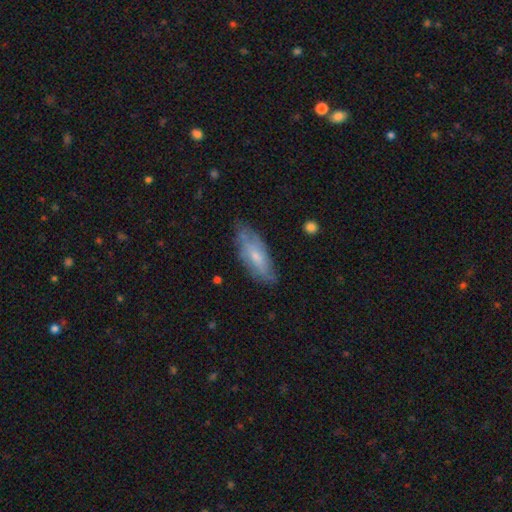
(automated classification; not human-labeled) This is possibly a featured or disk galaxy (49%). Merging: likely none (70%).